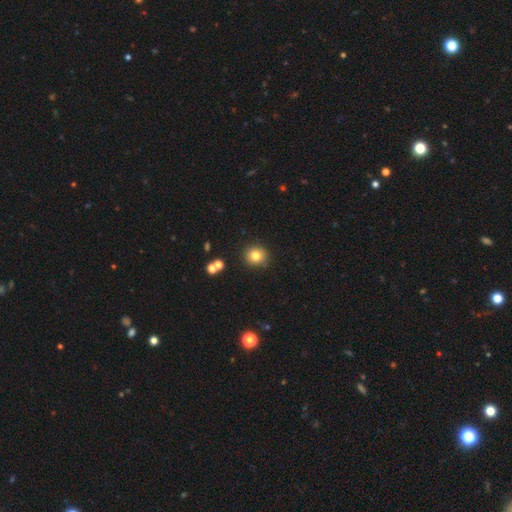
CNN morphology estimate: type=smooth (80%); roundness=round (88%); merging=none (87%).